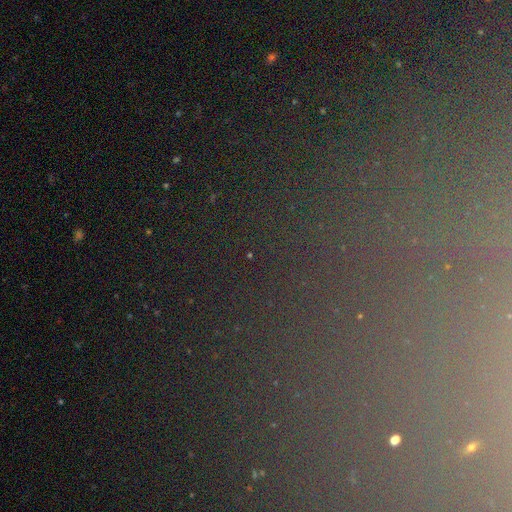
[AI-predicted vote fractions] Smooth or featured? star or artifact (73%)